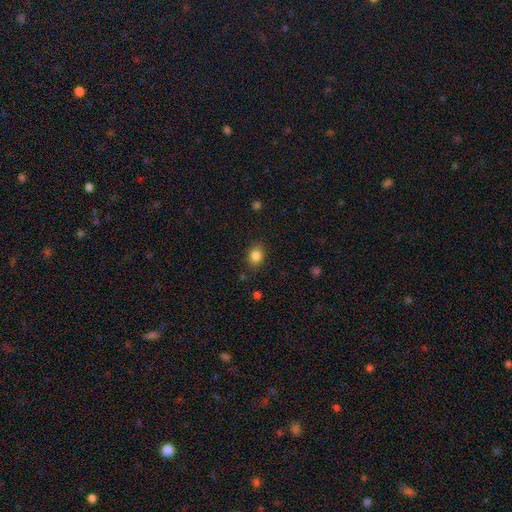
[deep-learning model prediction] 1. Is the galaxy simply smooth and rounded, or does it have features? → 85% smooth, 10% star or artifact, 5% featured or disk.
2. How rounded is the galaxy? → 50% in between, 49% round, 1% cigar-shaped.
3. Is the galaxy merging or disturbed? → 84% none, 11% minor disturbance, 3% major disturbance, 1% merger.